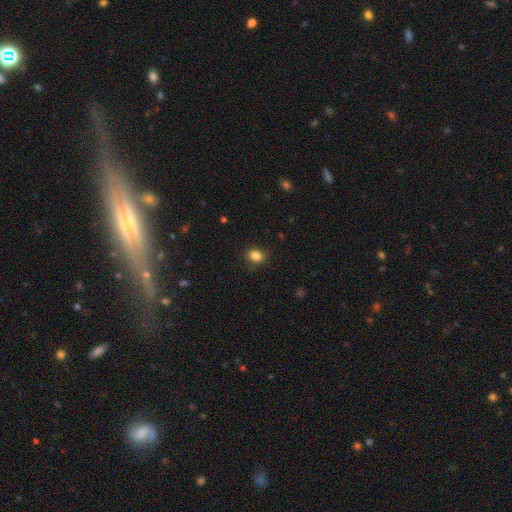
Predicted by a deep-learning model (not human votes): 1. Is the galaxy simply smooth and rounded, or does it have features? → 85% smooth, 10% star or artifact, 4% featured or disk.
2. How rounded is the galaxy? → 50% round, 49% in between, 1% cigar-shaped.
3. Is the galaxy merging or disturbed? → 87% none, 10% minor disturbance, 3% major disturbance, 1% merger.